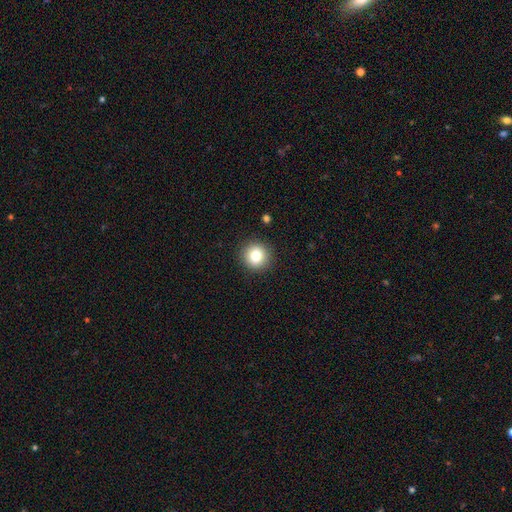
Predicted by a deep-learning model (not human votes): smooth-or-featured: smooth: 82% | star or artifact: 11% | featured or disk: 8%
  how-rounded: round: 93% | in between: 6% | cigar-shaped: 1%
  merging: none: 91% | minor disturbance: 6% | major disturbance: 2% | merger: 1%